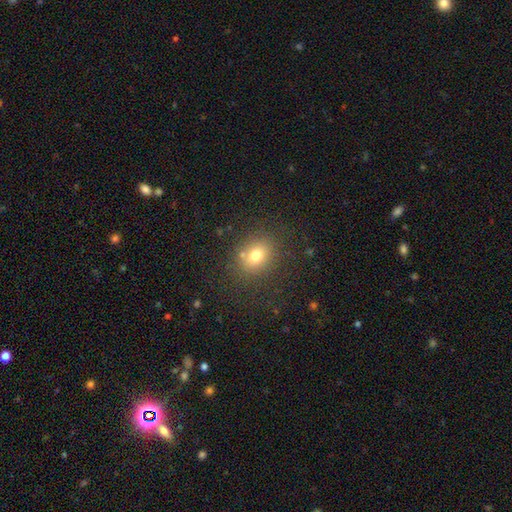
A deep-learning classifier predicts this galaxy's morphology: type=smooth (75%); roundness=round (58%); merging=none (77%).